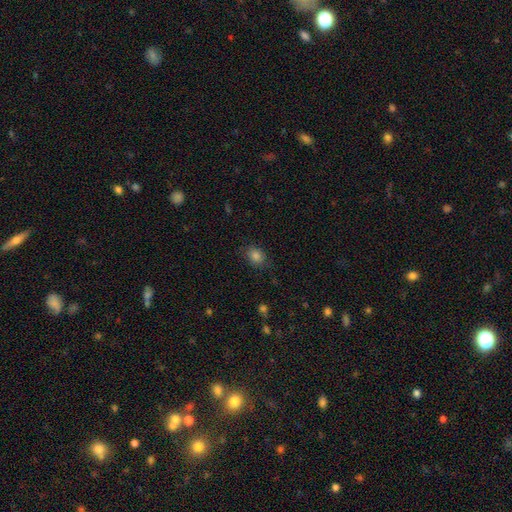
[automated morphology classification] Smooth or featured?
  - smooth: 81% *
  - star or artifact: 13%
  - featured or disk: 6%
How rounded?
  - in between: 55% *
  - round: 44%
  - cigar-shaped: 1%
Merging?
  - none: 81% *
  - minor disturbance: 14%
  - major disturbance: 4%
  - merger: 1%